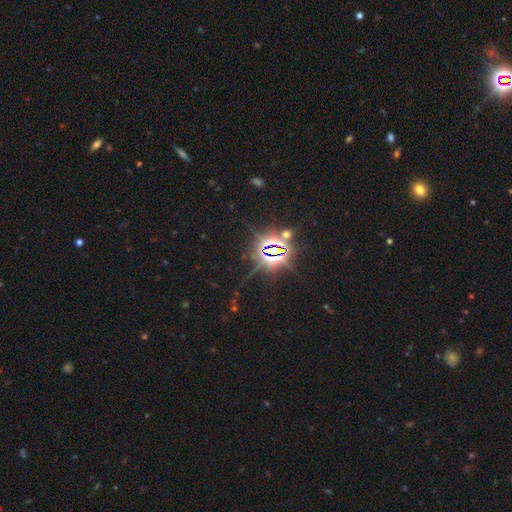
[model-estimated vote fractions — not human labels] smooth-or-featured: star or artifact: 84% | smooth: 9% | featured or disk: 7%